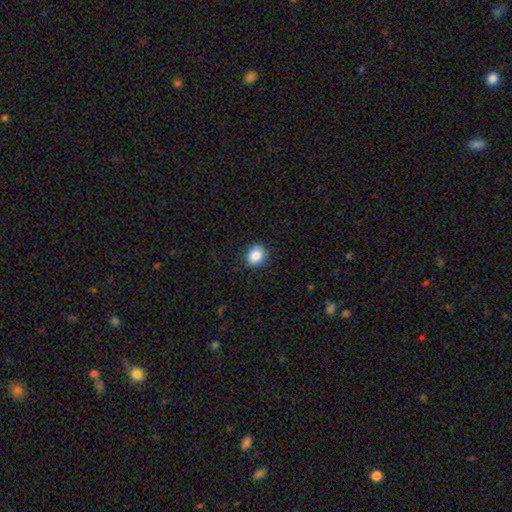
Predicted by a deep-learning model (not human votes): A smooth galaxy with no disk features (87%) that is round (71%). Merging: none (89%).